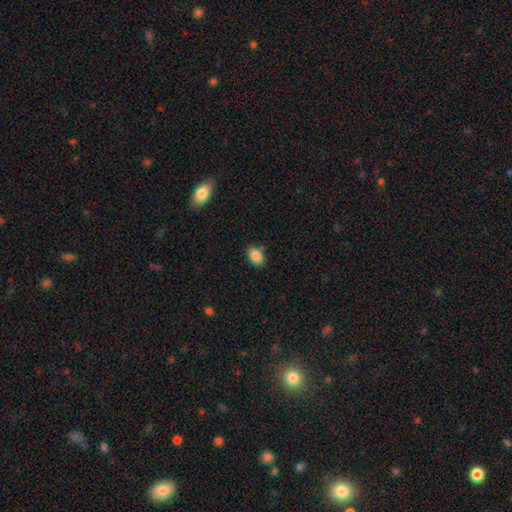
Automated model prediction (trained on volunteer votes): Smooth or featured? Predicted: smooth (p=0.86). How rounded? Predicted: in between (p=0.82). Merging? Predicted: none (p=0.81).